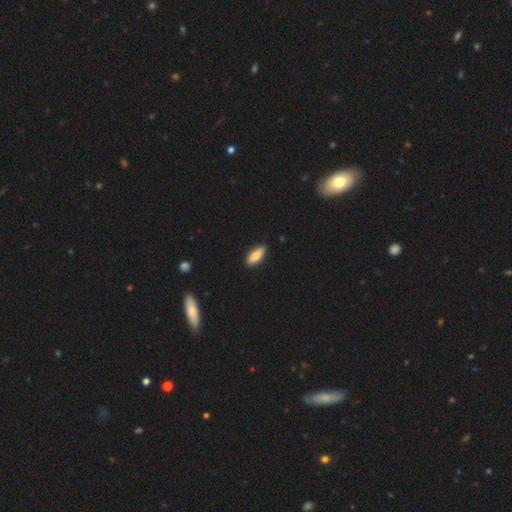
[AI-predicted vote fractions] The model was most divided on "how rounded": in between: 75%, cigar-shaped: 23%, round: 2%. More confident: merging — none (89%); smooth or featured — smooth (80%).